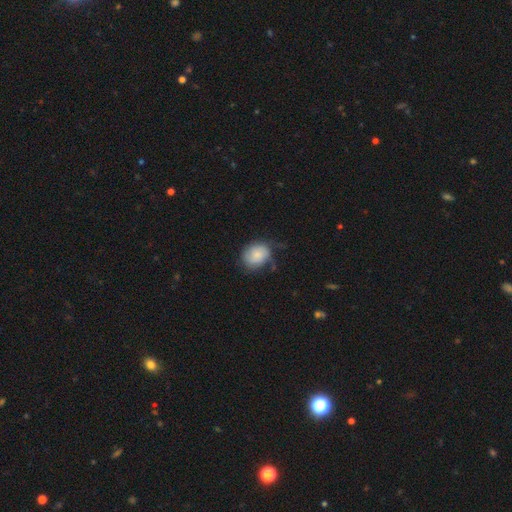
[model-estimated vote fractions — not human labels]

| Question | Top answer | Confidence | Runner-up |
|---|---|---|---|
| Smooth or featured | smooth | 76% | featured or disk (17%) |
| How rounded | round | 52% | in between (47%) |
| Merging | none | 53% | minor disturbance (33%) |